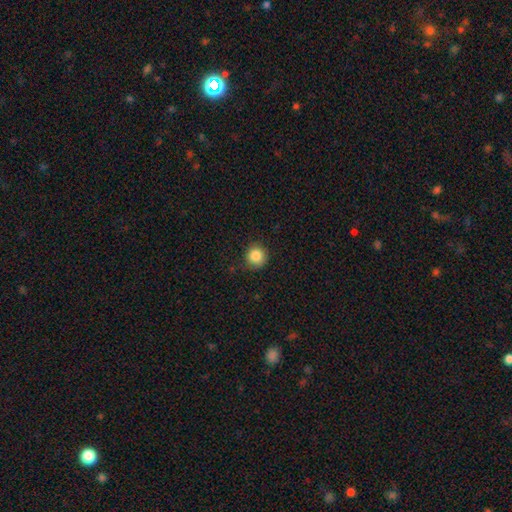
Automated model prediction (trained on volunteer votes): The model was most divided on "merging": none: 80%, minor disturbance: 16%, major disturbance: 4%, merger: 1%. More confident: how rounded — round (91%); smooth or featured — smooth (85%).